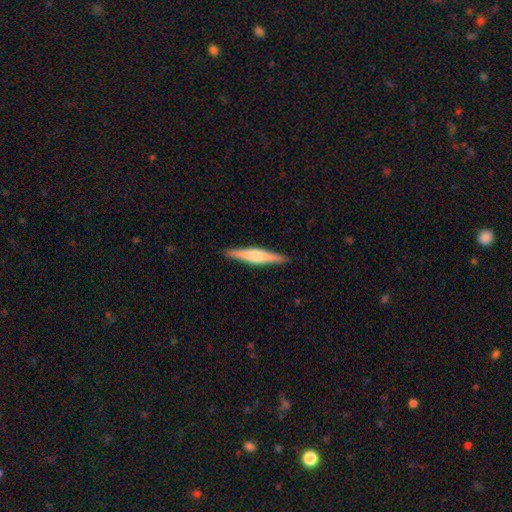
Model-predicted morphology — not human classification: The model was most divided on "smooth or featured": featured or disk: 58%, smooth: 37%, star or artifact: 5%. More confident: edge-on disk — yes (97%); merging — none (91%); edge-on bulge — rounded (76%).